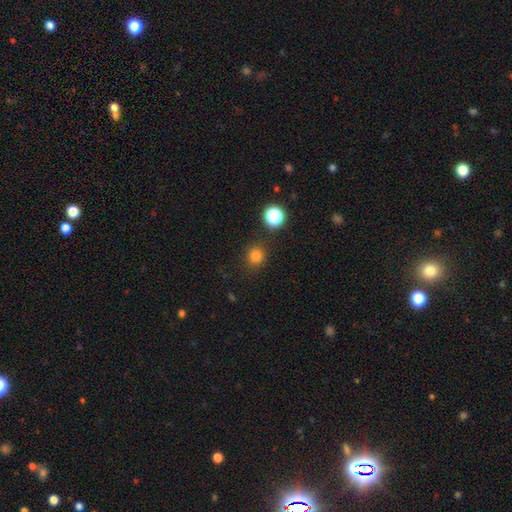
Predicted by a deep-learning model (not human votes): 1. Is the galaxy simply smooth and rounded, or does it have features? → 79% smooth, 16% star or artifact, 5% featured or disk.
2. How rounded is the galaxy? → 90% round, 9% in between, 1% cigar-shaped.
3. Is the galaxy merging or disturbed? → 87% none, 8% minor disturbance, 3% major disturbance, 3% merger.